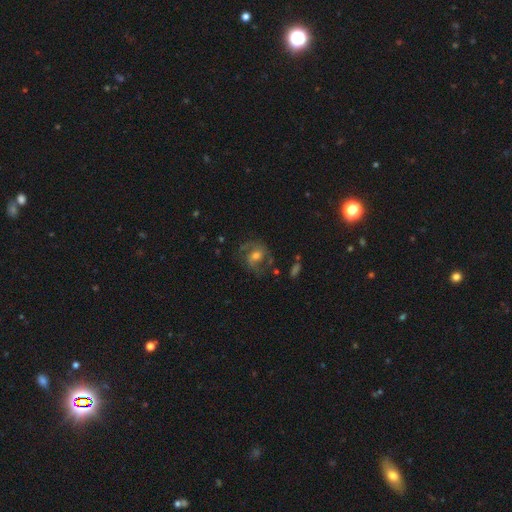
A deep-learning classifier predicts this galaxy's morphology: This is likely a featured or disk galaxy (72%). It is clearly not viewed edge-on (97%). Bar: possibly no (48%). Spiral arm pattern: clearly yes (90%). Spiral arm count: likely 2 (78%). Spiral winding: possibly medium (53%). Central bulge: likely moderate (63%). Merging: likely none (63%).